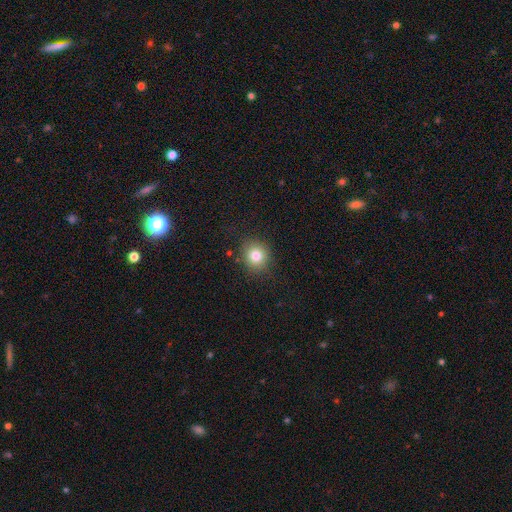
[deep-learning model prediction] Smooth or featured: smooth — 81% (star or artifact — 11%)
How rounded: round — 81% (in between — 18%)
Merging: none — 85% (minor disturbance — 10%)